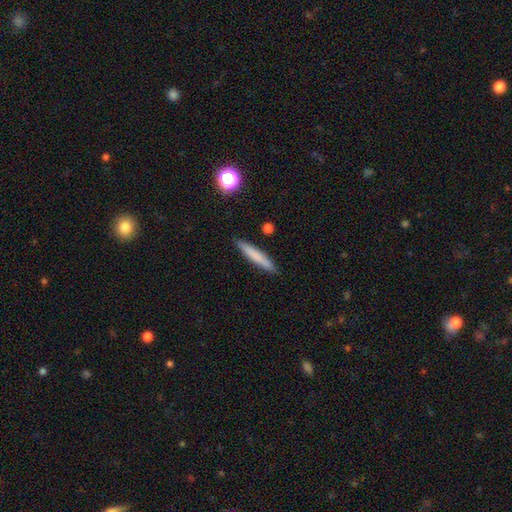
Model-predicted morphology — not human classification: type=smooth (73%); roundness=cigar-shaped (93%); merging=none (89%).